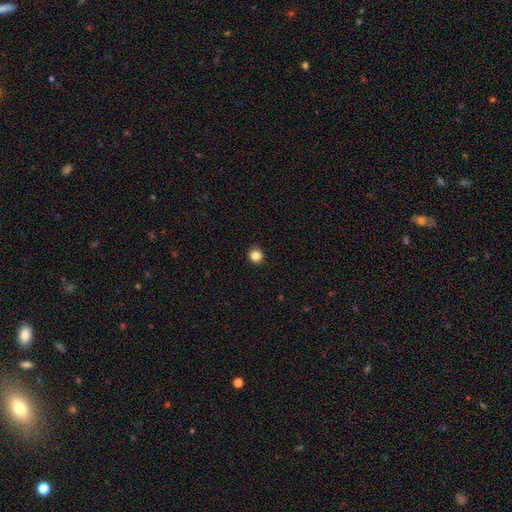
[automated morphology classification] Overall: smooth (84%). How rounded: round (92%). Merging: none (92%).